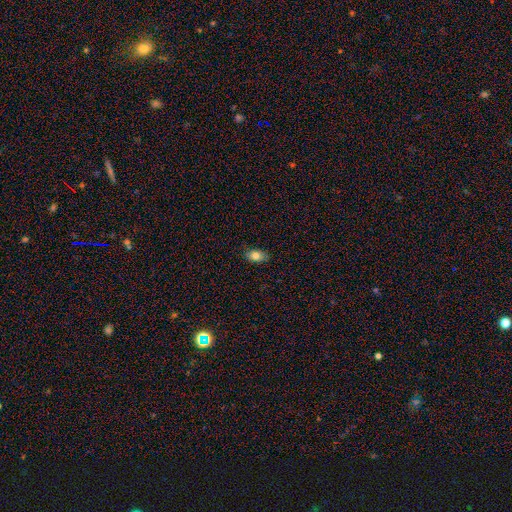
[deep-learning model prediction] Smooth or featured? smooth (81%)
How rounded? in between (86%)
Merging? none (84%)